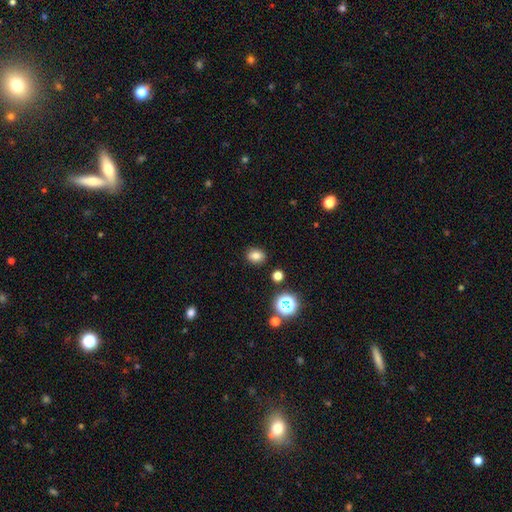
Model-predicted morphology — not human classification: Smooth or featured?
  - smooth: 79% *
  - star or artifact: 14%
  - featured or disk: 6%
How rounded?
  - round: 52% *
  - in between: 47%
  - cigar-shaped: 1%
Merging?
  - none: 88% *
  - minor disturbance: 8%
  - major disturbance: 2%
  - merger: 2%